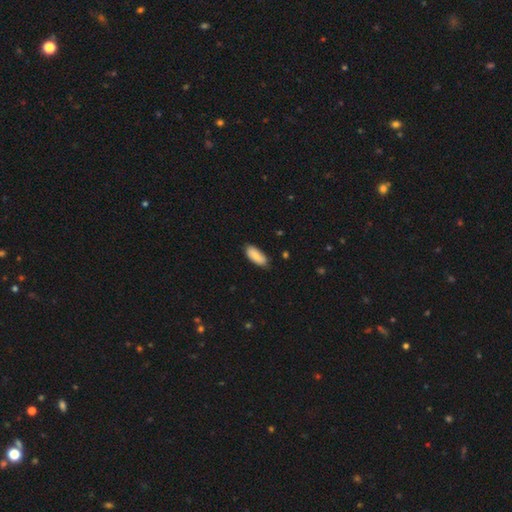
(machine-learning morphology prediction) Q: Smooth or featured?
A: smooth (87%); runner-up: featured or disk (8%)
Q: How rounded?
A: in between (85%); runner-up: cigar-shaped (14%)
Q: Merging?
A: none (84%); runner-up: minor disturbance (13%)